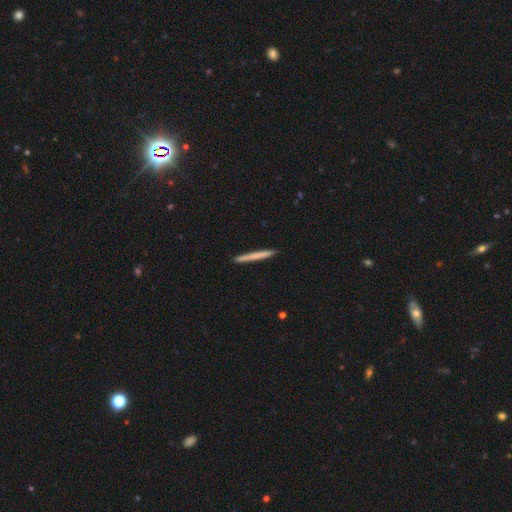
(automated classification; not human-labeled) The model was most divided on "smooth or featured": smooth: 65%, featured or disk: 29%, star or artifact: 6%. More confident: how rounded — cigar-shaped (97%); merging — none (92%).